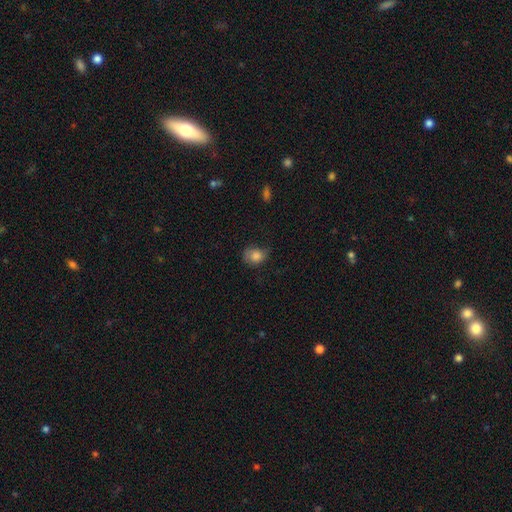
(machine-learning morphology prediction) smooth_or_featured: smooth (p=0.82) [alt: featured or disk p=0.09]
how_rounded: round (p=0.56) [alt: in between p=0.43]
merging: none (p=0.51) [alt: minor disturbance p=0.34]